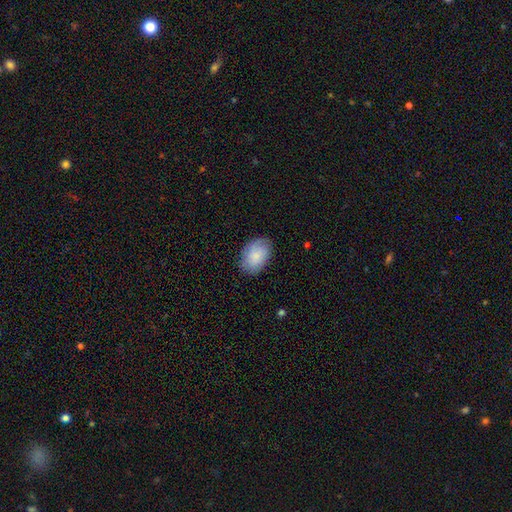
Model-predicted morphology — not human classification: smooth 77%, featured or disk 16%, star or artifact 7%. Down the decision tree: how rounded — in between (86%); merging — none (80%).